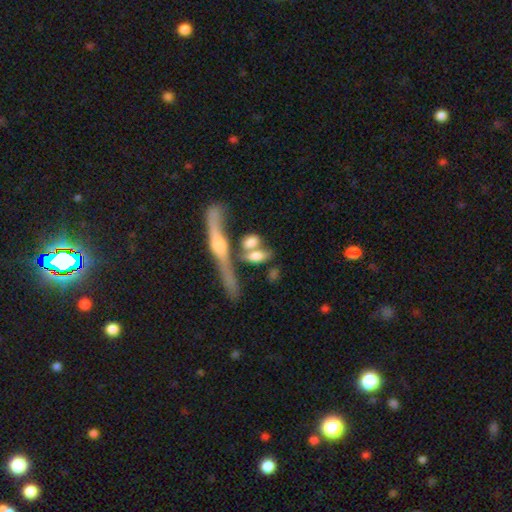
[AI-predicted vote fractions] smooth_or_featured: smooth (p=0.59) [alt: featured or disk p=0.33]
how_rounded: in between (p=0.64) [alt: cigar-shaped p=0.25]
merging: none (p=0.41) [alt: merger p=0.37]